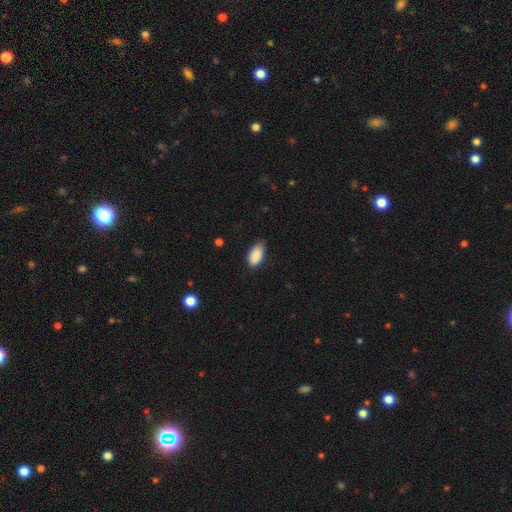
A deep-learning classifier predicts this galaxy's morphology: The model was most divided on "merging": none: 72%, minor disturbance: 24%, major disturbance: 3%, merger: 1%. More confident: how rounded — in between (94%); smooth or featured — smooth (89%).